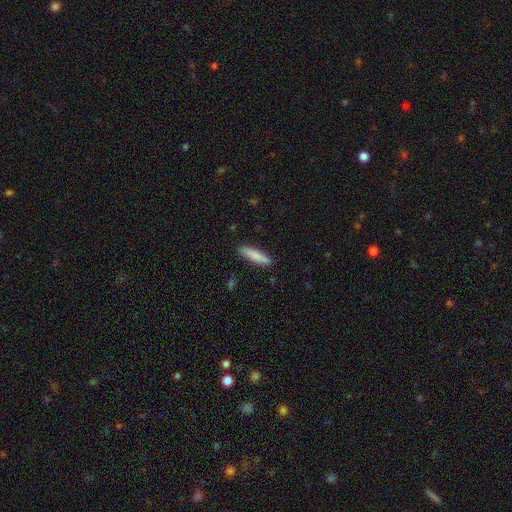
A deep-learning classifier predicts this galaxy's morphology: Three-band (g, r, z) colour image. It shows a smooth galaxy with no disk features (83%) that is cigar-shaped (83%). Merging: none (90%).